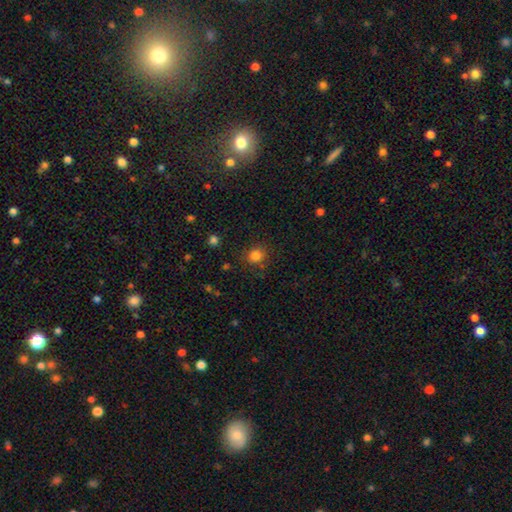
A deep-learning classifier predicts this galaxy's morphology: A smooth galaxy with no disk features (83%) that is round (85%).

Vote fractions:
- Smooth or featured? smooth: 83% / star or artifact: 13% / featured or disk: 5%
- How rounded? round: 85% / in between: 14% / cigar-shaped: 1%
- Merging? none: 84% / minor disturbance: 10% / major disturbance: 4% / merger: 3%